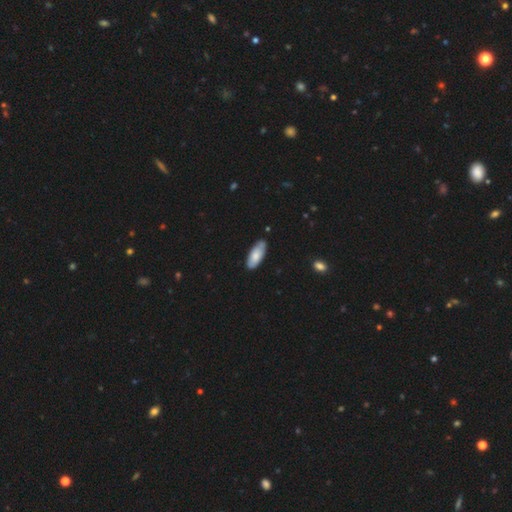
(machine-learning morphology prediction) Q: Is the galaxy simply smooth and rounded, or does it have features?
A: smooth — 73%.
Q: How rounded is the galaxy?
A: in between — 80%.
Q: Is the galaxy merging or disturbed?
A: none — 74%.